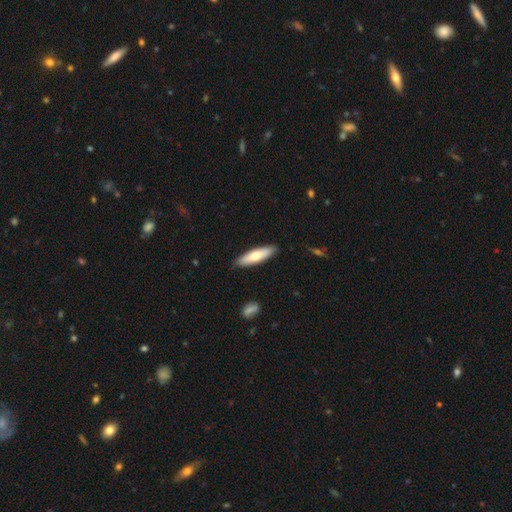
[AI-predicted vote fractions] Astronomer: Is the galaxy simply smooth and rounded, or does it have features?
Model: smooth — 68%.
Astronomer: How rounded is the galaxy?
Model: cigar-shaped — 65%.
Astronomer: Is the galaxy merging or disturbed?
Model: none — 88%.